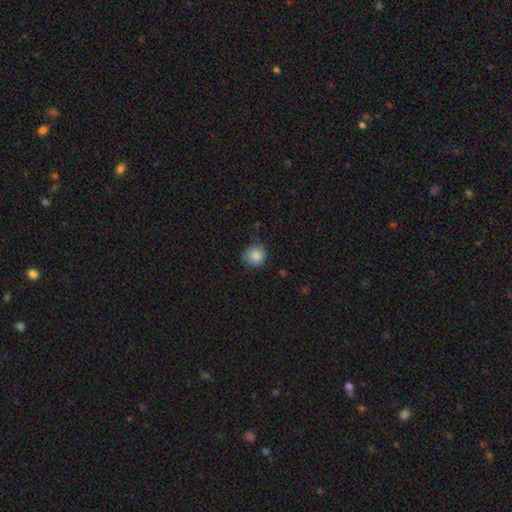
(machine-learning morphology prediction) type=smooth (85%); roundness=round (86%); merging=none (71%).